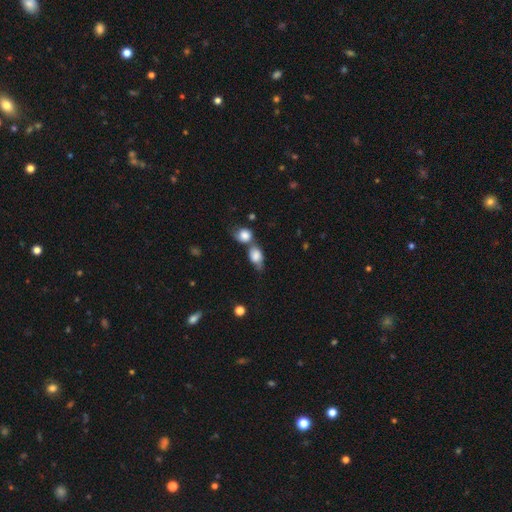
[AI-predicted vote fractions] This is likely a smooth galaxy (77%). How rounded: likely in between (71%). Merging: possibly merger (53%).